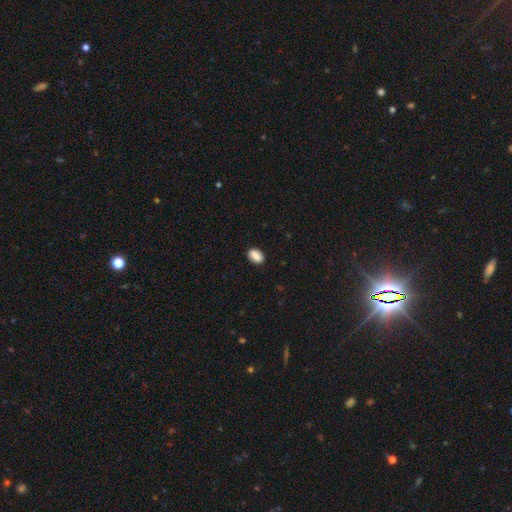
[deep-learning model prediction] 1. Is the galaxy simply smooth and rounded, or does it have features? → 88% smooth, 8% star or artifact, 4% featured or disk.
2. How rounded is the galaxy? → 85% in between, 13% round, 2% cigar-shaped.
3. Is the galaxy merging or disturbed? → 88% none, 9% minor disturbance, 2% major disturbance, 1% merger.